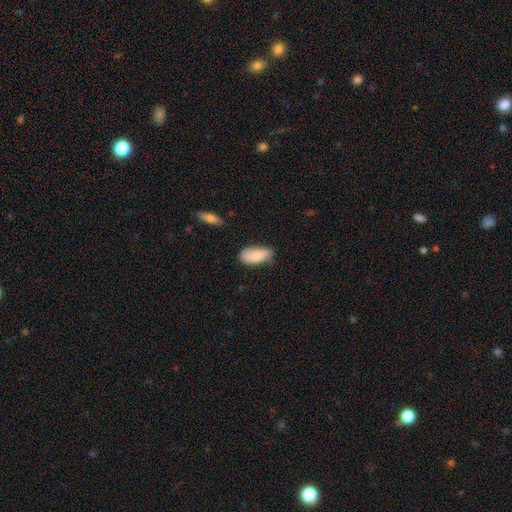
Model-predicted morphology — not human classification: A smooth galaxy with no disk features (64%) that is in between round and cigar-shaped (86%). Merging: none (61%).